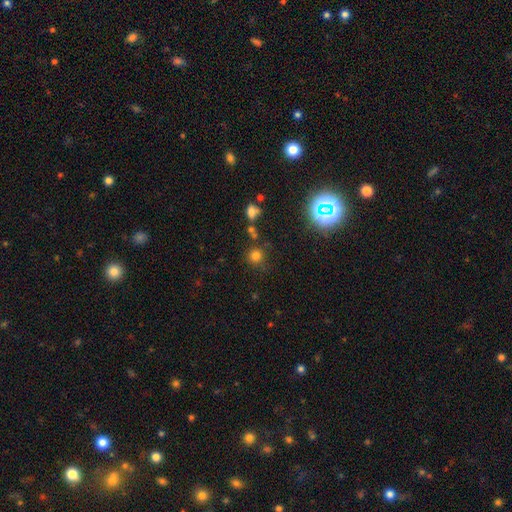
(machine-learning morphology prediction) smooth 73%, star or artifact 20%, featured or disk 7%. Down the decision tree: how rounded — round (91%); merging — none (76%).